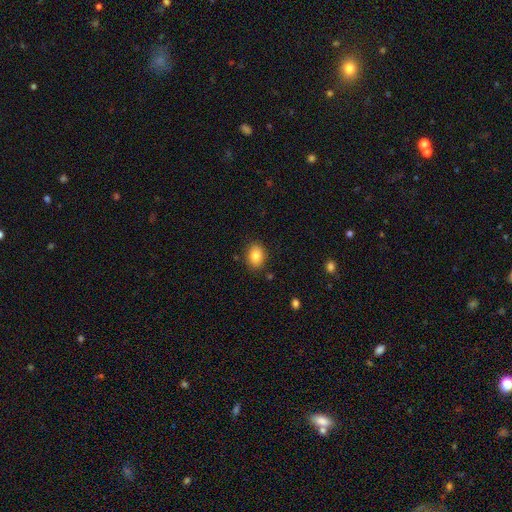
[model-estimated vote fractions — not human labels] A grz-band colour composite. It shows a smooth galaxy with no disk features (84%) that is in between round and cigar-shaped (68%). Merging: none (86%).